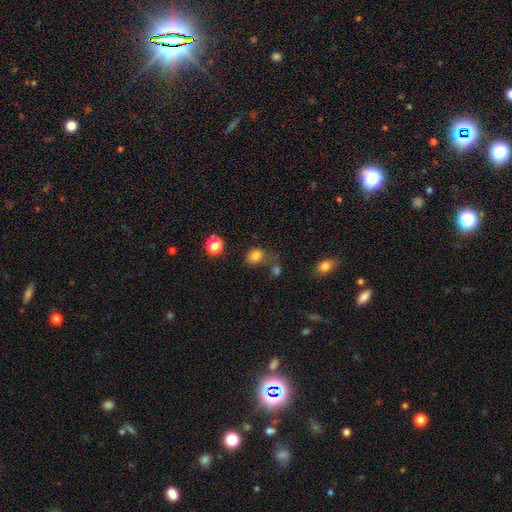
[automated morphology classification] This appears to be a smooth galaxy with no disk features (80%) that is in between round and cigar-shaped (51%). Merging: none (54%).